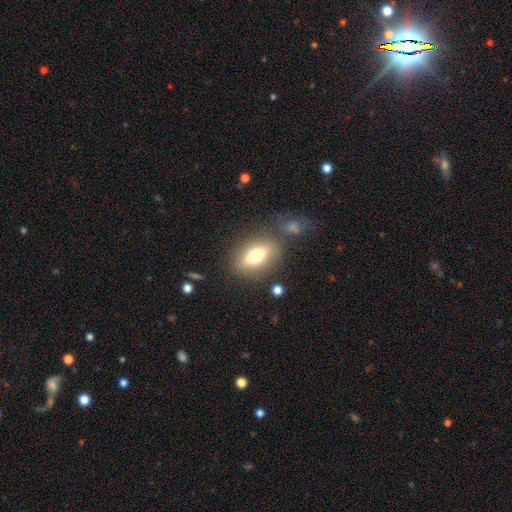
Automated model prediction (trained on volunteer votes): This appears to be a smooth galaxy with no disk features (73%) that is in between round and cigar-shaped (81%). Merging: none (73%).